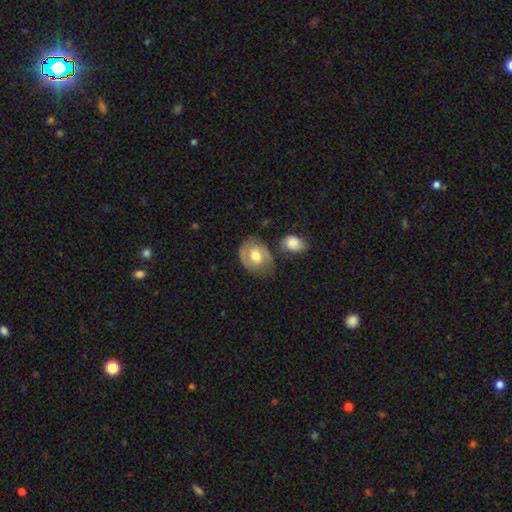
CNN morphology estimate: Smooth or featured: featured or disk — 59% (smooth — 35%)
Edge-on disk: no — 96% (yes — 4%)
Bar: no — 64% (weak — 30%)
Spiral arms: yes — 76% (no — 24%)
Bulge size: moderate — 68% (large — 23%)
Merging: none — 64% (minor disturbance — 21%)